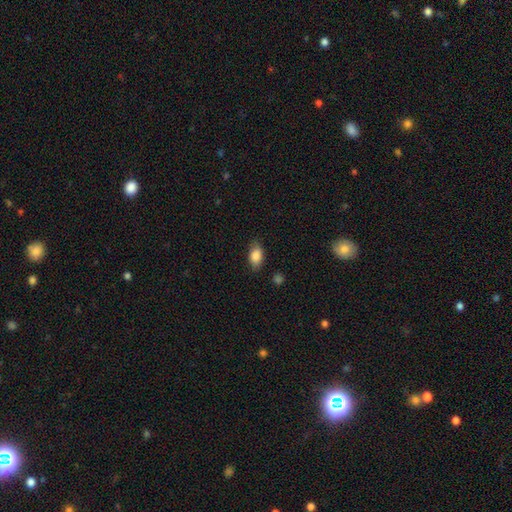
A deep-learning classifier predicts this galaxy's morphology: This is clearly a smooth galaxy (86%). How rounded: clearly in between (89%). Merging: clearly none (80%).